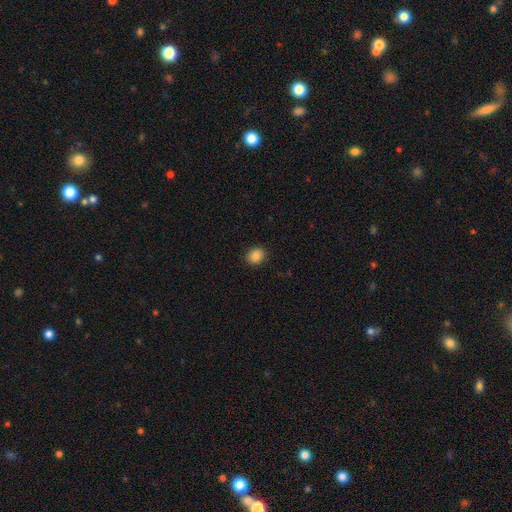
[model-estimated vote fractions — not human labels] The model was most divided on "how rounded": round: 74%, in between: 25%, cigar-shaped: 1%. More confident: merging — none (90%); smooth or featured — smooth (86%).